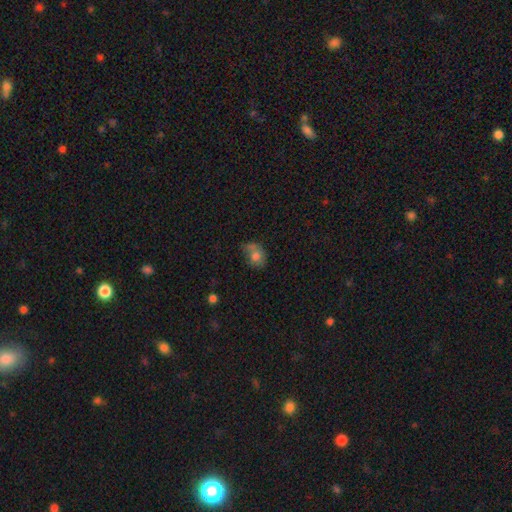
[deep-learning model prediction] Morphology: type=smooth (73%); roundness=in between (55%); merging=none (35%).